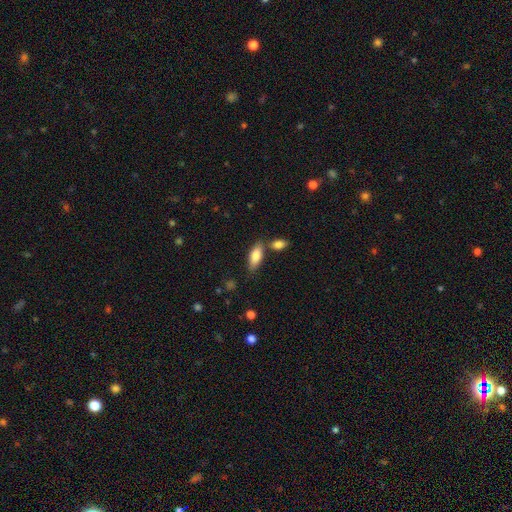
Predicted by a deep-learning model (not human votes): The model was most divided on "how rounded": in between: 75%, cigar-shaped: 23%, round: 2%. More confident: smooth or featured — smooth (83%); merging — none (69%).